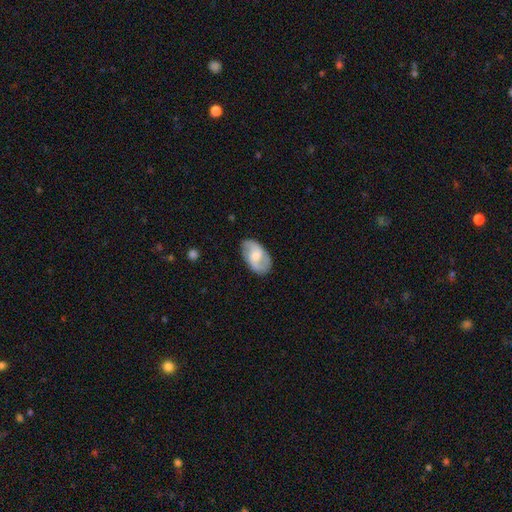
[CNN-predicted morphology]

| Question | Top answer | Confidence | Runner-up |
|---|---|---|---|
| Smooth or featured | featured or disk | 60% | smooth (34%) |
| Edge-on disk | no | 95% | yes (5%) |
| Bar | weak | 45% | no (41%) |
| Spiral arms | yes | 83% | no (17%) |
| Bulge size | moderate | 53% | small (37%) |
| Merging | none | 78% | minor disturbance (16%) |